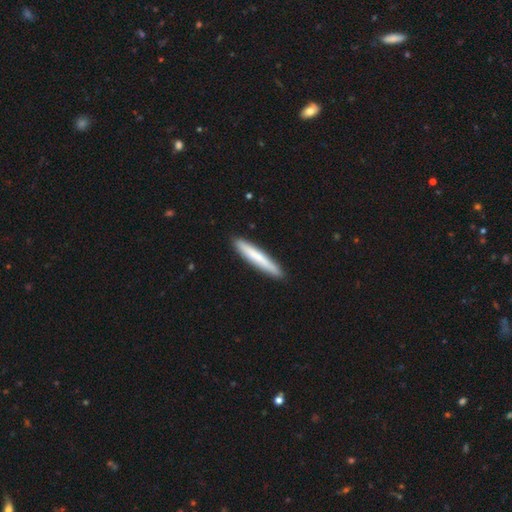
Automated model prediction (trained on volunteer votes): A smooth galaxy with no disk features (73%) that is cigar-shaped (95%). Merging: none (91%).